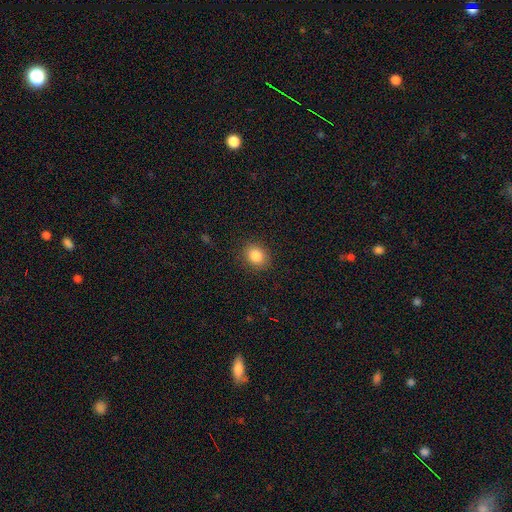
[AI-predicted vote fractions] Morphology: type=smooth (85%); roundness=round (60%); merging=none (89%).